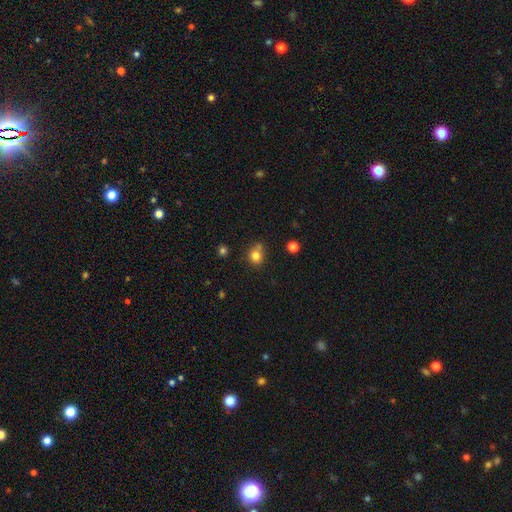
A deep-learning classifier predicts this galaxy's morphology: This appears to be a smooth galaxy with no disk features (80%) that is round (77%). Merging: none (61%).